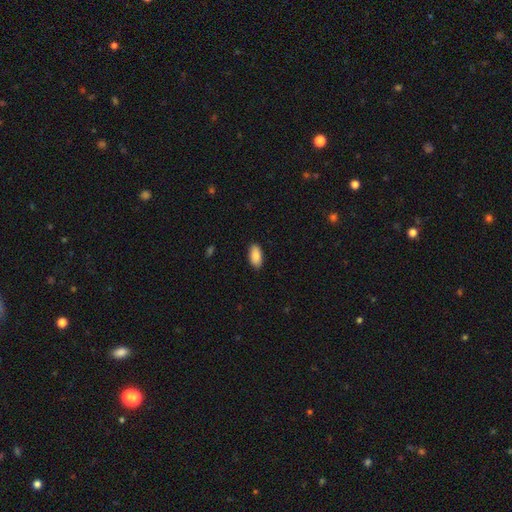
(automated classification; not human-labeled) A smooth galaxy with no disk features (88%) that is in between round and cigar-shaped (93%).

Vote fractions:
- Smooth or featured? smooth: 88% / star or artifact: 6% / featured or disk: 5%
- How rounded? in between: 93% / cigar-shaped: 5% / round: 2%
- Merging? none: 89% / minor disturbance: 8% / major disturbance: 2% / merger: 1%